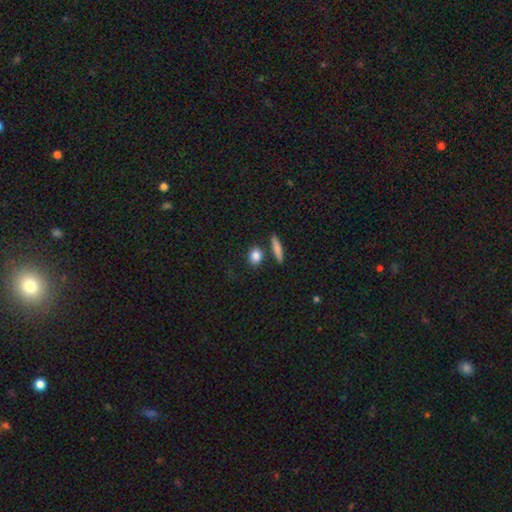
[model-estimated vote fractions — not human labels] smooth-or-featured: smooth: 85% | star or artifact: 8% | featured or disk: 7%
  how-rounded: round: 46% | in between: 45% | cigar-shaped: 10%
  merging: none: 79% | minor disturbance: 10% | merger: 8% | major disturbance: 3%